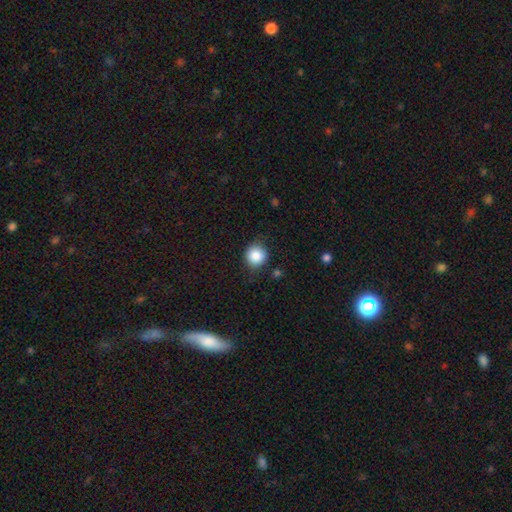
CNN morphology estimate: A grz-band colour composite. It shows a smooth galaxy with no disk features (86%) that is round (91%). Merging: none (83%).